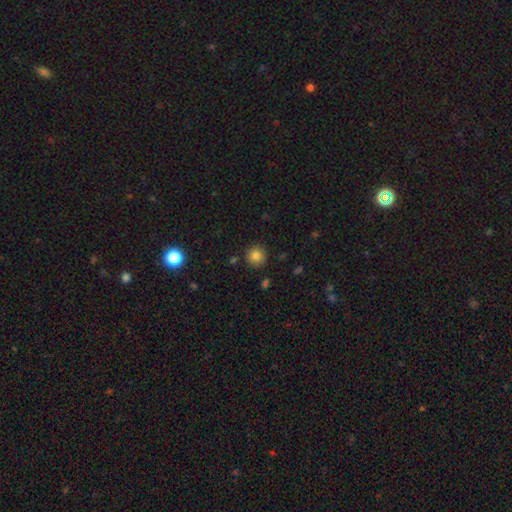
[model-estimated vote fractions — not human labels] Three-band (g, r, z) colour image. It shows a smooth galaxy with no disk features (83%) that is round (93%). Merging: none (87%).